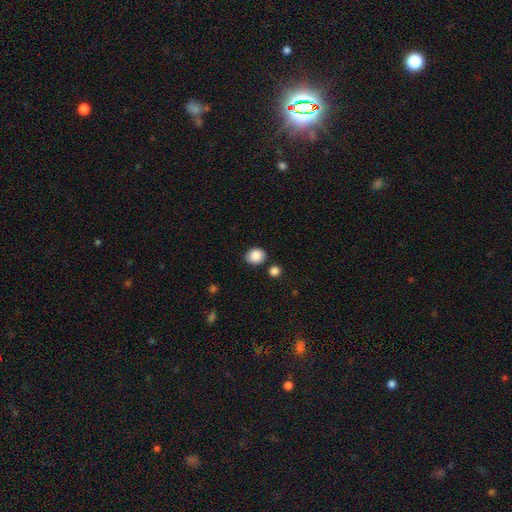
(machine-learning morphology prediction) Smooth or featured: smooth — 88% (star or artifact — 9%)
How rounded: round — 67% (in between — 32%)
Merging: none — 79% (minor disturbance — 11%)